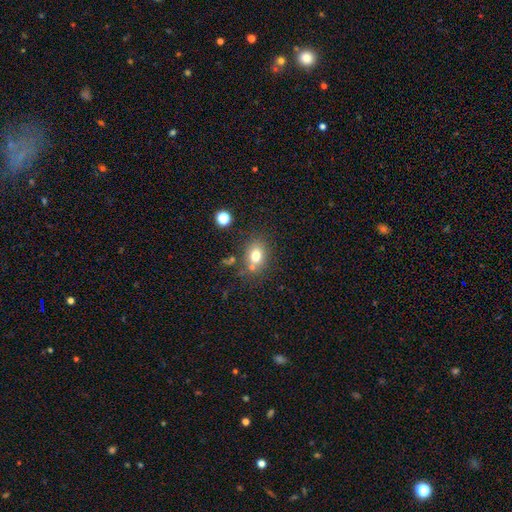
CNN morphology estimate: A smooth galaxy with no disk features (76%) that is in between round and cigar-shaped (52%). Merging: none (66%).